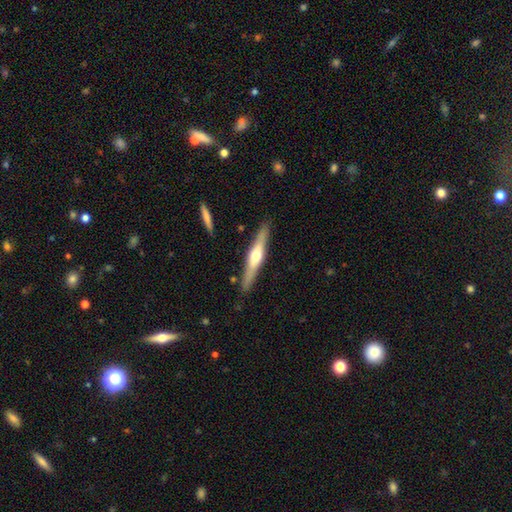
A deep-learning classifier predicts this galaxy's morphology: Smooth or featured?
  - featured or disk: 65% *
  - smooth: 30%
  - star or artifact: 5%
Edge-on disk?
  - yes: 96% *
  - no: 4%
Edge-on bulge?
  - rounded: 91% *
  - boxy: 5%
  - none: 4%
Merging?
  - none: 88% *
  - minor disturbance: 8%
  - merger: 2%
  - major disturbance: 2%